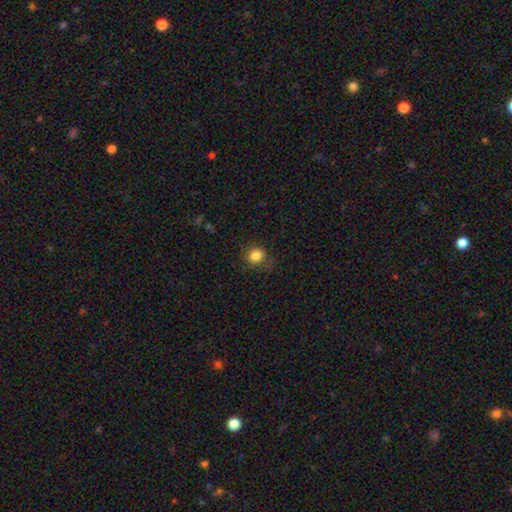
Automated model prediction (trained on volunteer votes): Smooth or featured? Predicted: smooth (p=0.84). How rounded? Predicted: round (p=0.78). Merging? Predicted: none (p=0.73).